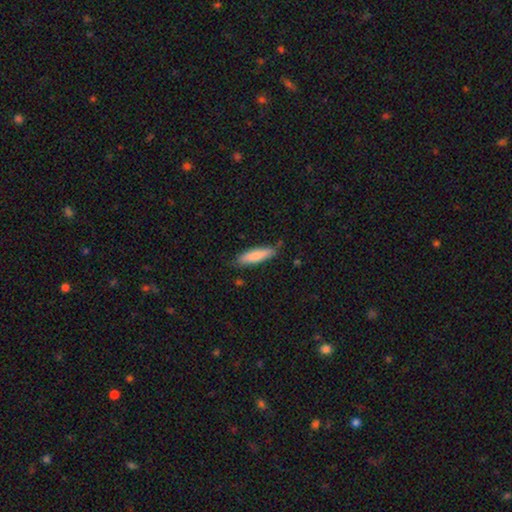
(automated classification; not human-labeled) smooth-or-featured: smooth: 81% | featured or disk: 14% | star or artifact: 6%
  how-rounded: cigar-shaped: 65% | in between: 34% | round: 1%
  merging: none: 73% | minor disturbance: 21% | major disturbance: 4% | merger: 2%